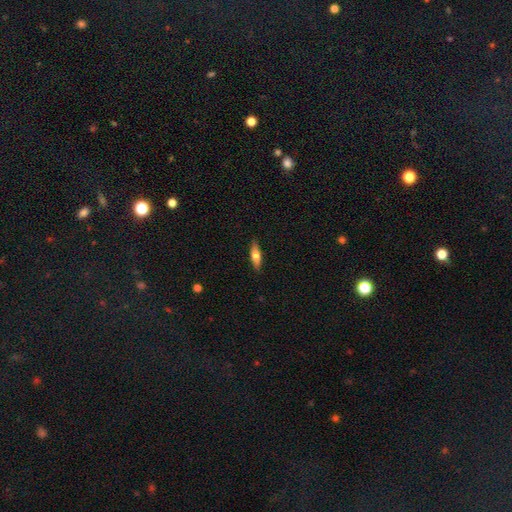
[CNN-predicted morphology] Smooth or featured: smooth — 58% (featured or disk — 36%)
How rounded: cigar-shaped — 53% (in between — 44%)
Merging: none — 89% (minor disturbance — 9%)